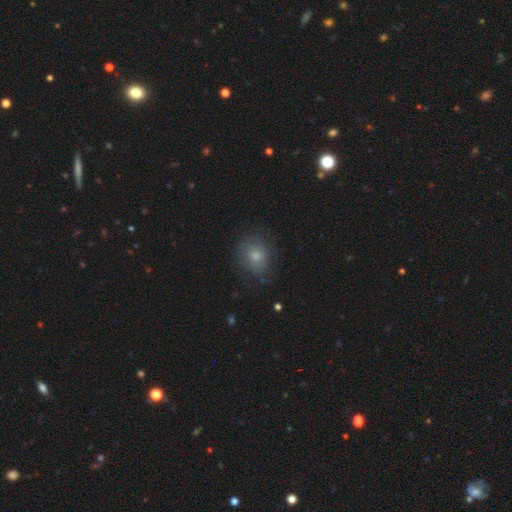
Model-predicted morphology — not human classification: Smooth or featured?
  - smooth: 67% *
  - featured or disk: 23%
  - star or artifact: 10%
How rounded?
  - round: 62% *
  - in between: 37%
  - cigar-shaped: 1%
Merging?
  - none: 72% *
  - minor disturbance: 19%
  - major disturbance: 8%
  - merger: 1%